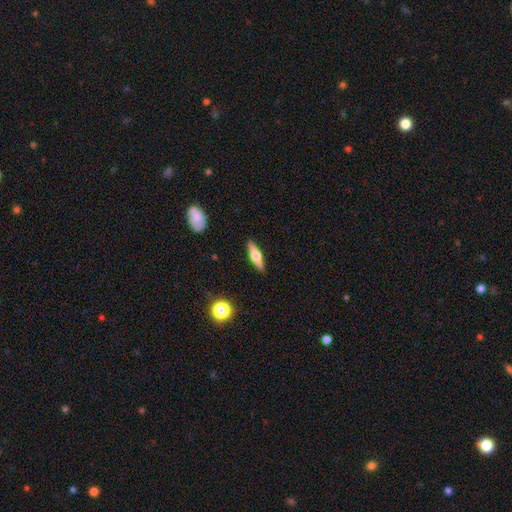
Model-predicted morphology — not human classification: This is likely a featured or disk galaxy (62%). It is clearly viewed edge-on (96%). Edge-on bulge: clearly rounded (93%). Merging: clearly none (90%).